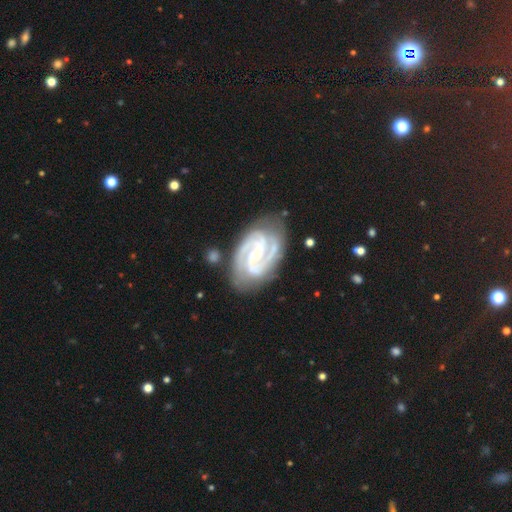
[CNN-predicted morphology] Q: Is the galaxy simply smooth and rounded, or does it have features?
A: featured or disk — 93%.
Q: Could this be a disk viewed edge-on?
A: no — 97%.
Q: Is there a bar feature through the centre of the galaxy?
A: no — 46%.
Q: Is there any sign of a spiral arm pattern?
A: yes — 99%.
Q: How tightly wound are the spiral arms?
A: tight — 57%.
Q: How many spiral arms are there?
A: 2 — 56%.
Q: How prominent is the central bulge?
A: small — 68%.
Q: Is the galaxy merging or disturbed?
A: none — 77%.